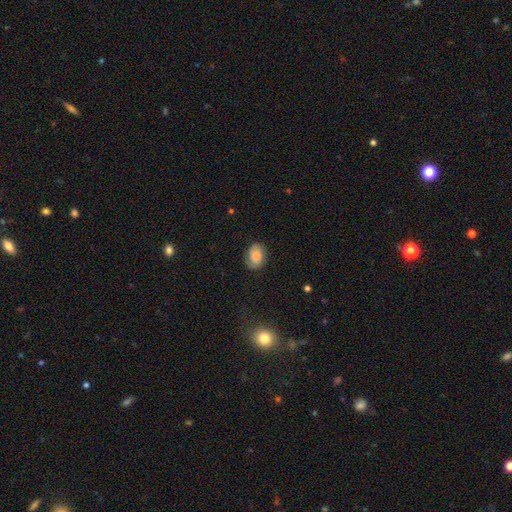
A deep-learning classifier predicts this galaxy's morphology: Overall: smooth (72%). How rounded: in between (78%). Merging: none (75%).